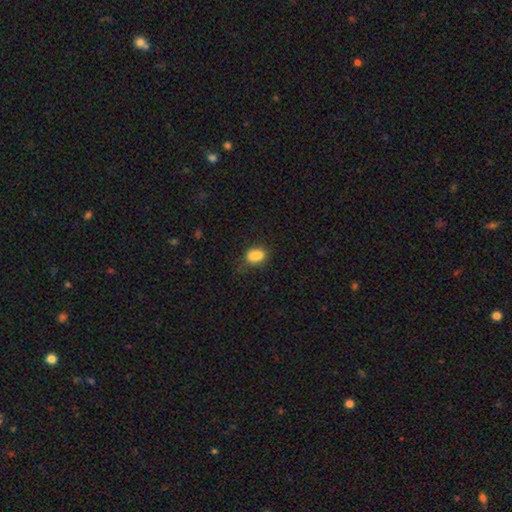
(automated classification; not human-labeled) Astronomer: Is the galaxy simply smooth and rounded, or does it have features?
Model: smooth — 83%.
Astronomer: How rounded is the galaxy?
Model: in between — 75%.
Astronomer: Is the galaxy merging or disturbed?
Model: none — 54%.